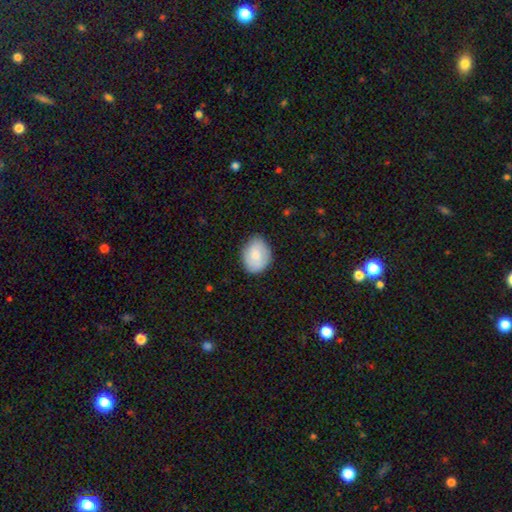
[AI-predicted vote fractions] The model was most divided on "how rounded": in between: 60%, round: 39%, cigar-shaped: 1%. More confident: merging — none (78%); smooth or featured — smooth (78%).